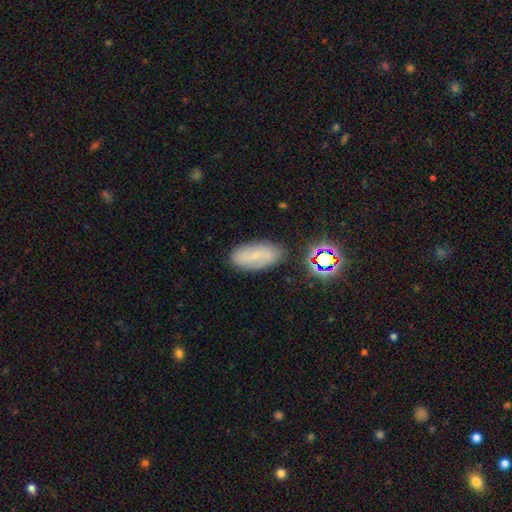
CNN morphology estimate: type=smooth (50%); merging=none (81%).